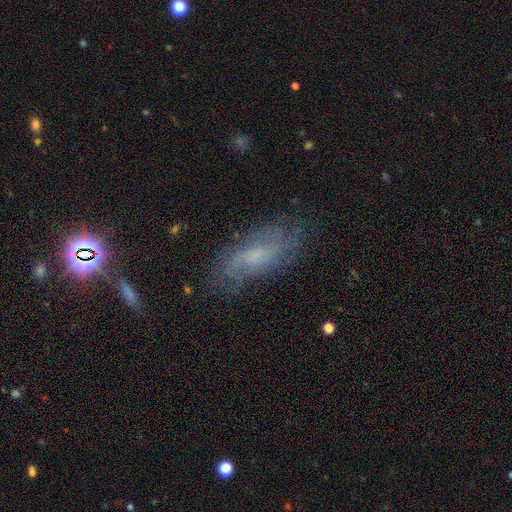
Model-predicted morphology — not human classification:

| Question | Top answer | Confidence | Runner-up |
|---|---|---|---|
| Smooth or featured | featured or disk | 61% | smooth (28%) |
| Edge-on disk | no | 88% | yes (12%) |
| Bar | no | 54% | weak (40%) |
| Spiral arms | yes | 84% | no (16%) |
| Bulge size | small | 42% | moderate (32%) |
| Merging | none | 68% | minor disturbance (20%) |